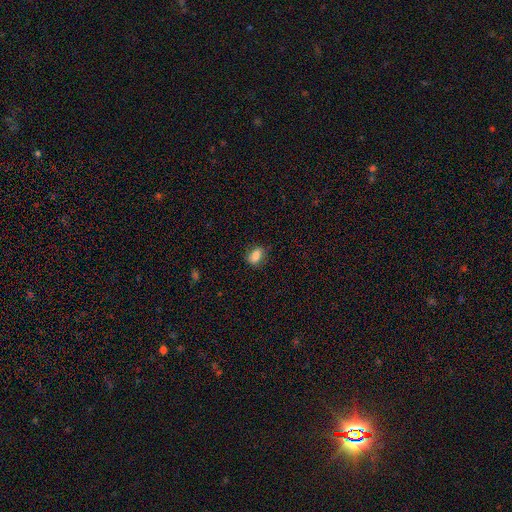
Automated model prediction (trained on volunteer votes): smooth 82%, star or artifact 9%, featured or disk 9%. Down the decision tree: how rounded — in between (77%); merging — none (78%).